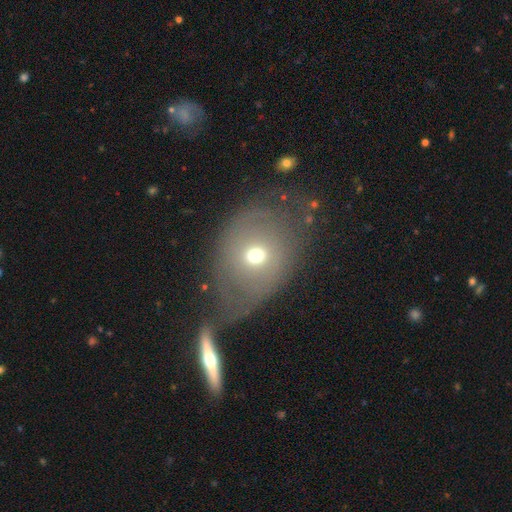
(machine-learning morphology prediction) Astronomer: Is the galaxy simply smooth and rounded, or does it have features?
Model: smooth — 47% (runner-up: featured or disk, 41%).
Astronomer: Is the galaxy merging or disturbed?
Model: none — 49% (runner-up: major disturbance, 25%).